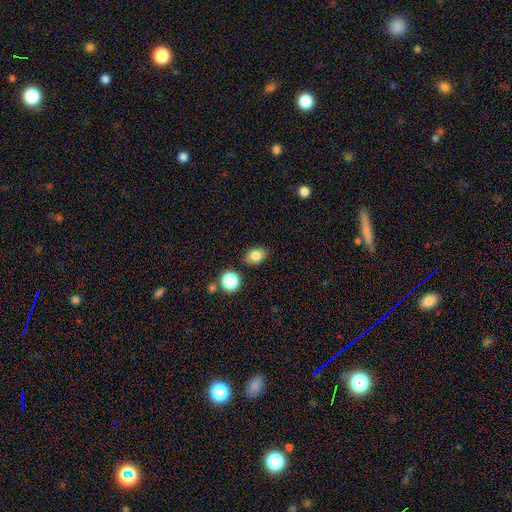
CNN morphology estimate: smooth_or_featured: smooth (p=0.81) [alt: star or artifact p=0.11]
how_rounded: in between (p=0.72) [alt: round p=0.27]
merging: none (p=0.84) [alt: minor disturbance p=0.10]